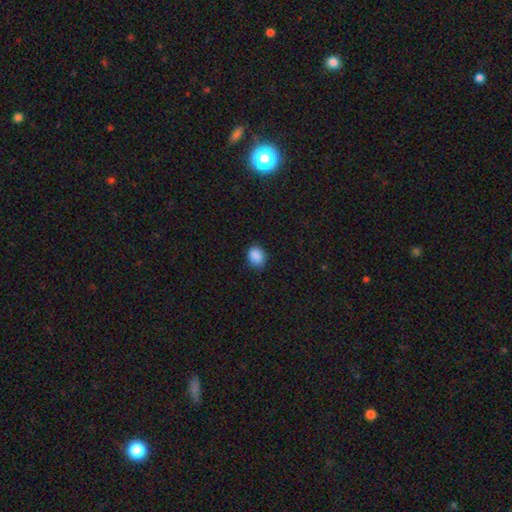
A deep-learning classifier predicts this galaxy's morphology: Q: Smooth or featured?
A: smooth (89%); runner-up: star or artifact (8%)
Q: How rounded?
A: in between (65%); runner-up: round (34%)
Q: Merging?
A: none (80%); runner-up: minor disturbance (16%)